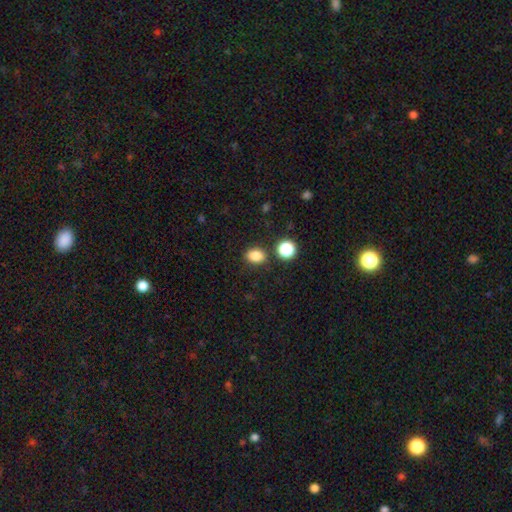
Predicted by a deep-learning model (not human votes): Smooth or featured? Predicted: smooth (p=0.83). How rounded? Predicted: in between (p=0.61). Merging? Predicted: none (p=0.81).